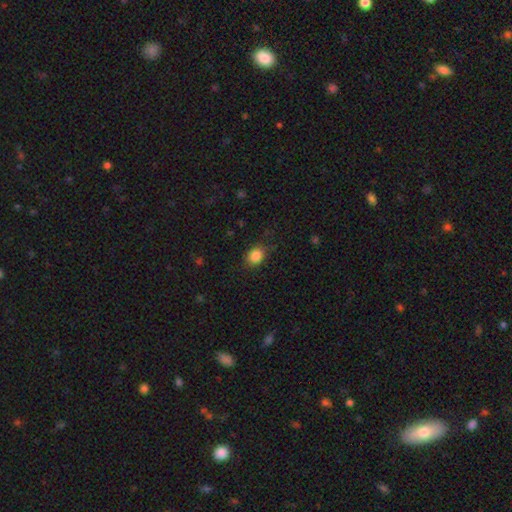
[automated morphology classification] A smooth galaxy with no disk features (85%) that is in between round and cigar-shaped (51%). Merging: none (80%).